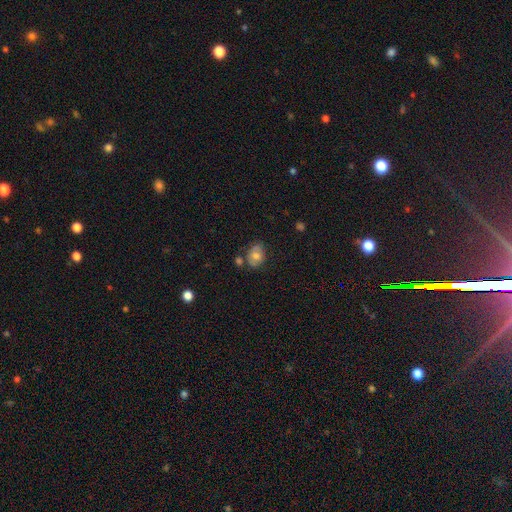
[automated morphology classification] type=smooth (65%); roundness=in between (69%); merging=none (63%).